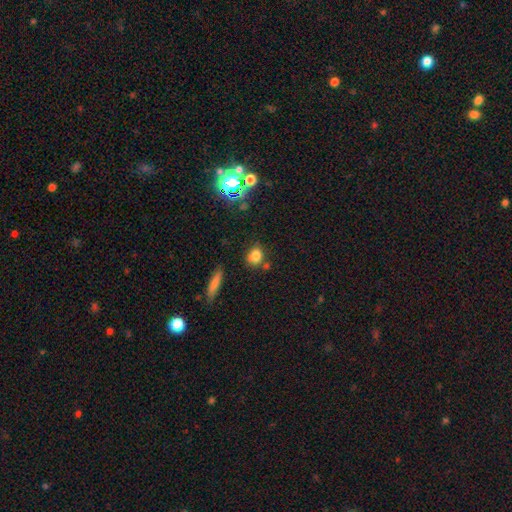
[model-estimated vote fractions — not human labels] Smooth or featured? Predicted: smooth (p=0.77). How rounded? Predicted: round (p=0.61). Merging? Predicted: none (p=0.72).